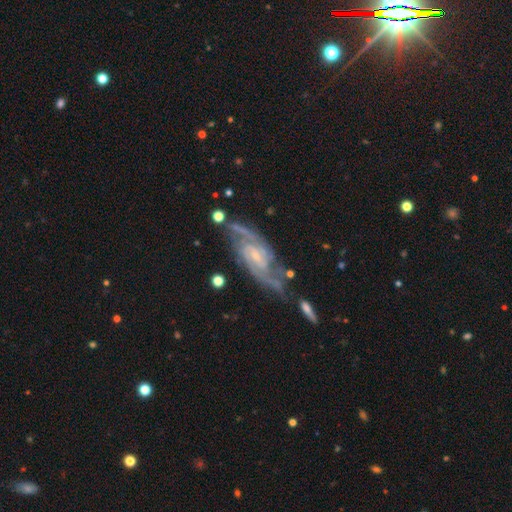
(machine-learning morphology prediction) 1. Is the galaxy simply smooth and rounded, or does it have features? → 90% featured or disk, 6% star or artifact, 4% smooth.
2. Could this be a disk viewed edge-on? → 93% no, 7% yes.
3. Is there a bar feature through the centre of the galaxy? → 48% weak, 35% no, 18% strong.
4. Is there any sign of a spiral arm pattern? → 98% yes, 2% no.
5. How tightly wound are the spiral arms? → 53% medium, 31% tight, 16% loose.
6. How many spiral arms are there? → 81% 2, 7% 3, 6% can't tell, 2% 4, 2% 1, 2% more than 4.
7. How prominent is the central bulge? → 68% small, 19% moderate, 10% none, 2% large, 1% dominant.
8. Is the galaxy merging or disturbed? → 68% none, 18% minor disturbance, 7% major disturbance, 7% merger.